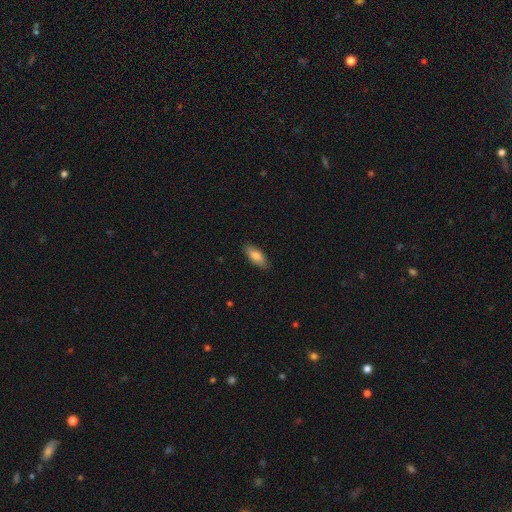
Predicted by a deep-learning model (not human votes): Overall: smooth (80%). How rounded: in between (83%). Merging: none (87%).